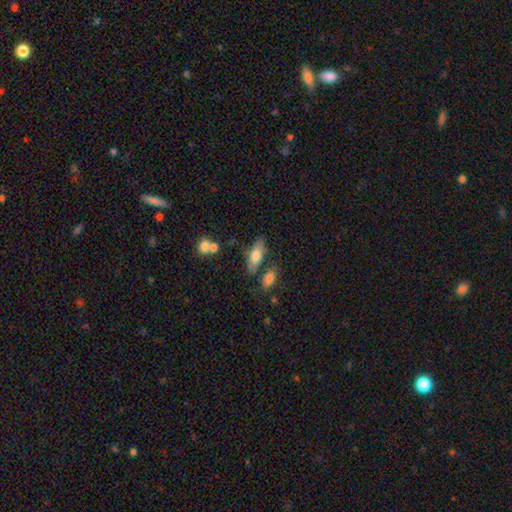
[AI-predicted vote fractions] smooth-or-featured: smooth: 66% | featured or disk: 27% | star or artifact: 7%
  how-rounded: in between: 68% | cigar-shaped: 29% | round: 3%
  merging: none: 69% | minor disturbance: 15% | merger: 11% | major disturbance: 4%